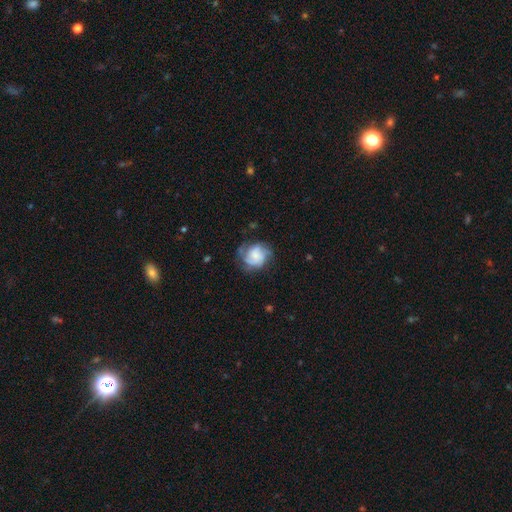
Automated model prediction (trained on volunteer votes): A featured or disk galaxy (64%) with no bar (69%), 2 (31%) tight (45%) spiral arms (90%) and a small central bulge (35%).

Vote fractions:
- Smooth or featured? featured or disk: 64% / smooth: 28% / star or artifact: 8%
- Edge-on disk? no: 98% / yes: 2%
- Bar? no: 69% / weak: 26% / strong: 5%
- Spiral arms? yes: 90% / no: 10%
- Spiral winding? tight: 45% / medium: 40% / loose: 15%
- Spiral arm count? 2: 31% / 3: 29% / can't tell: 24% / 4: 7% / 1: 5% / more than 4: 4%
- Bulge size? small: 35% / none: 27% / moderate: 22% / large: 13% / dominant: 3%
- Merging? none: 63% / minor disturbance: 23% / major disturbance: 13% / merger: 2%